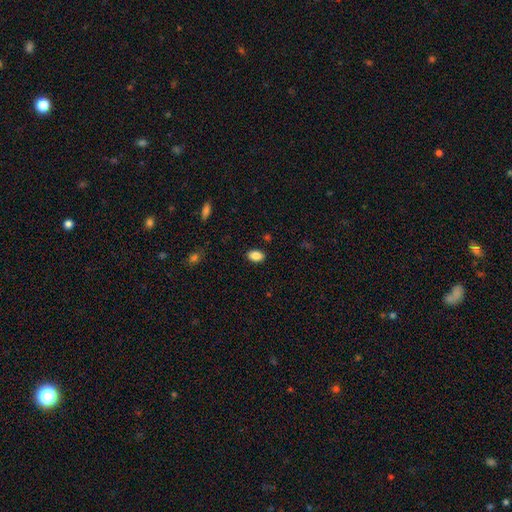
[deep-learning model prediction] Smooth or featured? smooth (87%)
How rounded? in between (87%)
Merging? none (88%)